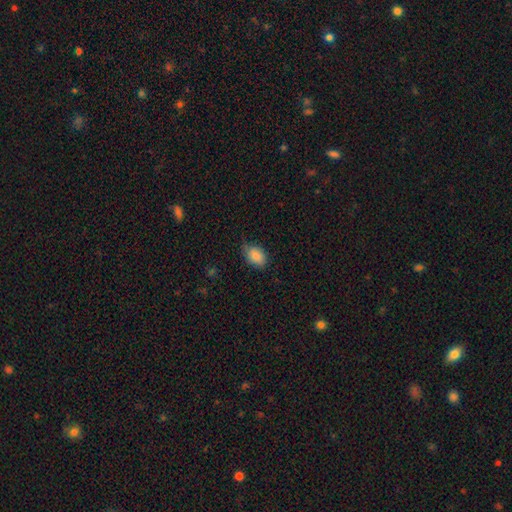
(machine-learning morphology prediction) Smooth or featured?
  - smooth: 86% *
  - star or artifact: 7%
  - featured or disk: 6%
How rounded?
  - in between: 84% *
  - round: 15%
  - cigar-shaped: 1%
Merging?
  - none: 68% *
  - minor disturbance: 26%
  - major disturbance: 4%
  - merger: 1%